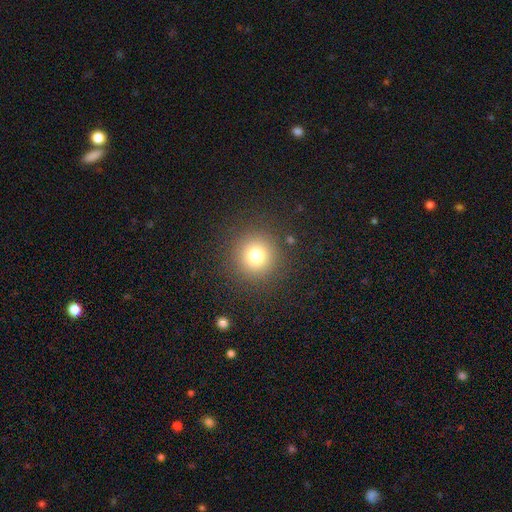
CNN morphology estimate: Smooth or featured: smooth — 75% (star or artifact — 15%)
How rounded: round — 95% (in between — 4%)
Merging: none — 89% (minor disturbance — 6%)